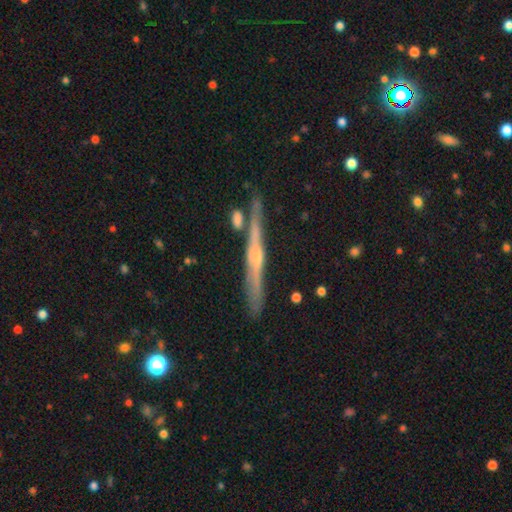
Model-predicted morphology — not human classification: Smooth or featured? Predicted: featured or disk (p=0.74). Edge-on disk? Predicted: yes (p=0.97). Edge-on bulge? Predicted: rounded (p=0.67). Merging? Predicted: none (p=0.82).